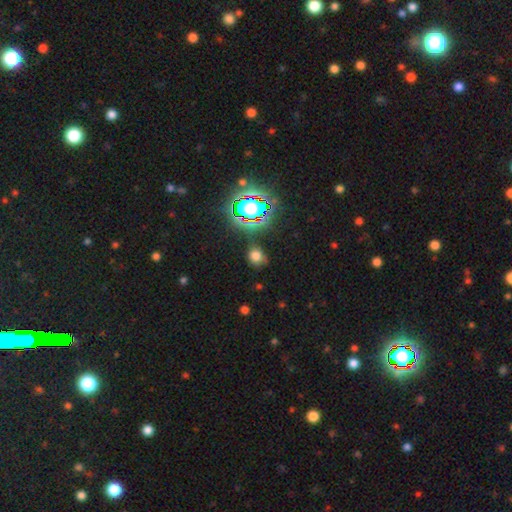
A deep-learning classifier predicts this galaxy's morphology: Smooth or featured? smooth (65%)
How rounded? round (71%)
Merging? none (72%)